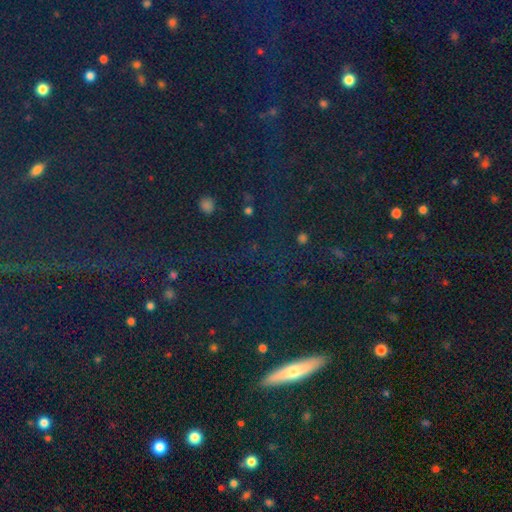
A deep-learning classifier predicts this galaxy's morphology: Smooth or featured? Predicted: star or artifact (p=0.67).